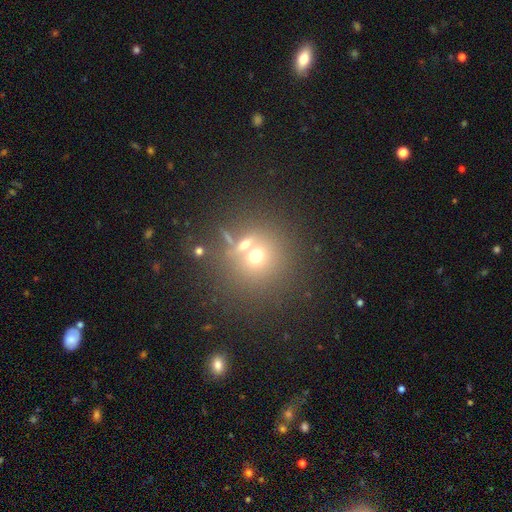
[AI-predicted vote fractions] This is likely a smooth galaxy (62%). How rounded: clearly round (89%). Merging: possibly none (57%).